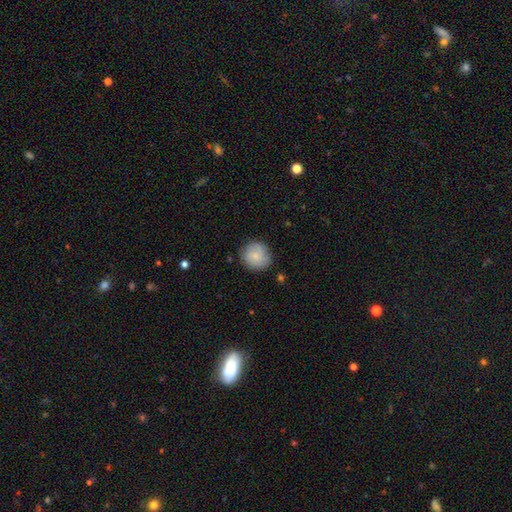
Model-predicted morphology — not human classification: A smooth galaxy with no disk features (79%) that is round (89%).

Vote fractions:
- Smooth or featured? smooth: 79% / featured or disk: 14% / star or artifact: 7%
- How rounded? round: 89% / in between: 10% / cigar-shaped: 1%
- Merging? none: 82% / minor disturbance: 13% / major disturbance: 3% / merger: 2%